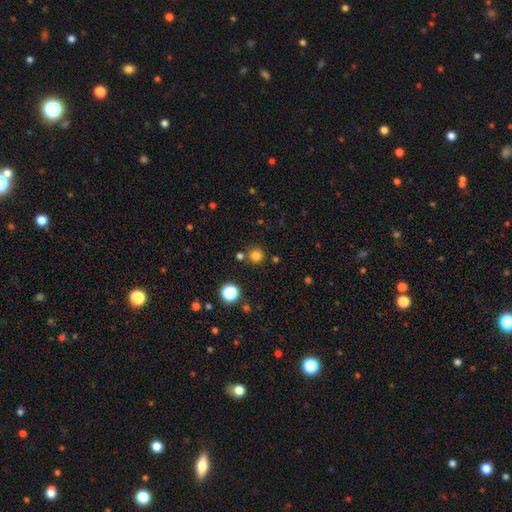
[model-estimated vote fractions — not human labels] Smooth or featured? Predicted: smooth (p=0.78). How rounded? Predicted: round (p=0.94). Merging? Predicted: none (p=0.83).